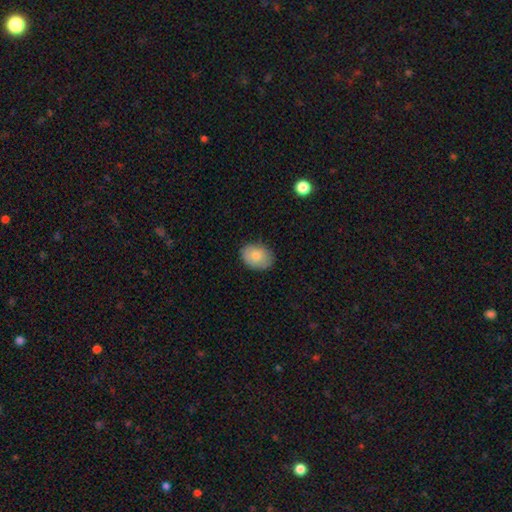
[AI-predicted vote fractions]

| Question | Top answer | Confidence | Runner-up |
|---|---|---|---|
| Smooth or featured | smooth | 77% | featured or disk (16%) |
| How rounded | in between | 70% | round (29%) |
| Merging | none | 82% | minor disturbance (15%) |